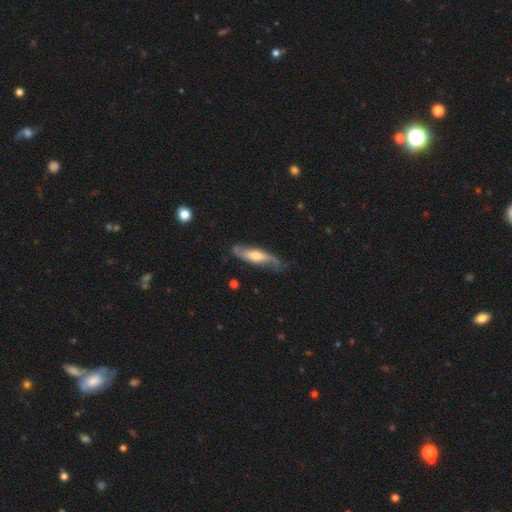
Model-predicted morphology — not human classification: Overall: featured or disk (62%; smooth 33%). Edge-on disk: no (66%; yes 34%). Merging: none (64%; minor disturbance 25%).